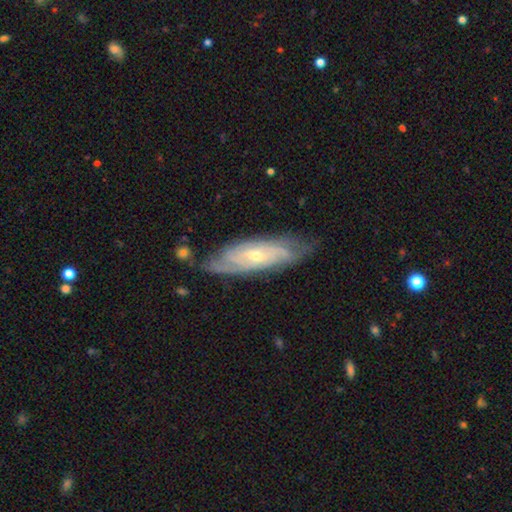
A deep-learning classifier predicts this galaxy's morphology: Overall: featured or disk (83%). Edge-on disk: no (84%). Bar: no (51%; weak 37%). Spiral arms: yes (95%). Spiral arm count: can't tell (34%; 2 30%). Spiral winding: tight (64%; medium 30%). Bulge size: small (58%; moderate 39%). Merging: none (74%).